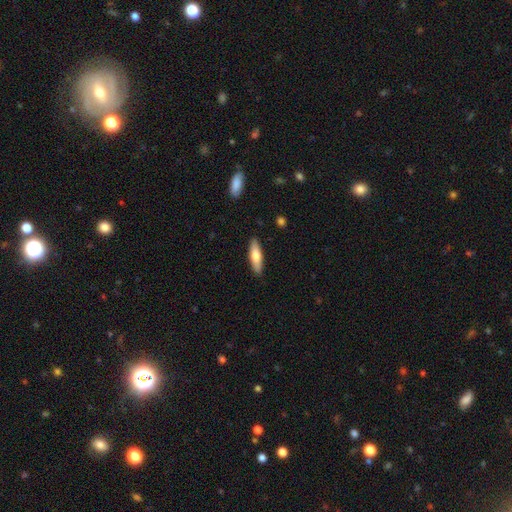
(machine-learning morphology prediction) This is likely a smooth galaxy (69%). How rounded: possibly cigar-shaped (59%). Merging: clearly none (89%).